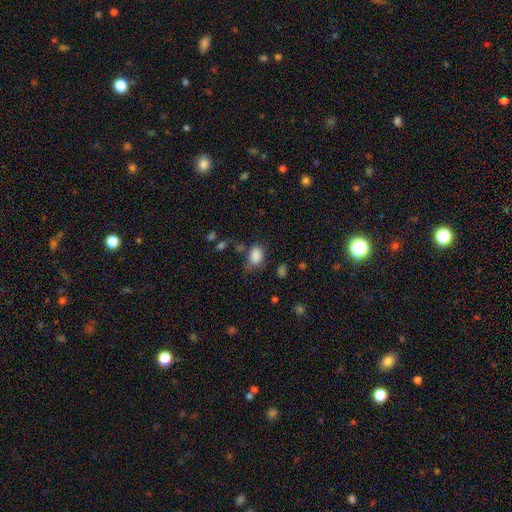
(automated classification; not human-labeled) A smooth galaxy with no disk features (85%) that is in between round and cigar-shaped (73%). Merging: none (60%).